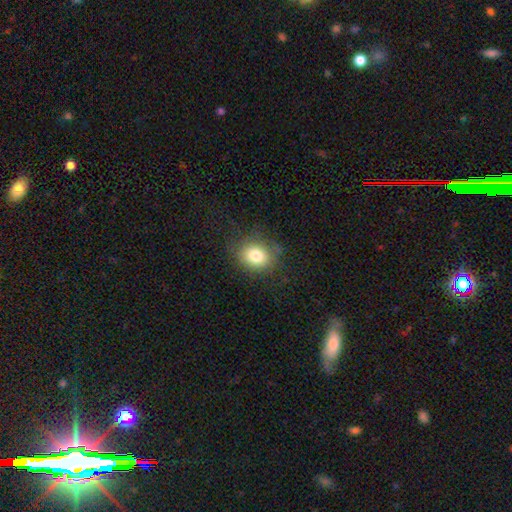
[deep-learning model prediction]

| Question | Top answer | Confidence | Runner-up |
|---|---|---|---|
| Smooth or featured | smooth | 79% | star or artifact (11%) |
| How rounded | round | 63% | in between (36%) |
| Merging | none | 76% | minor disturbance (16%) |